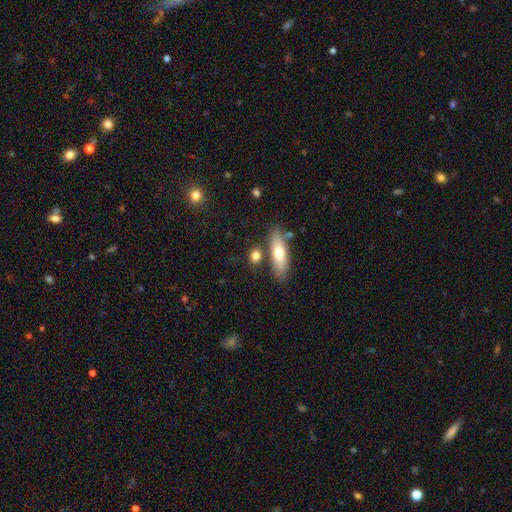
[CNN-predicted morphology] type=smooth (70%); roundness=in between (46%); merging=none (70%).